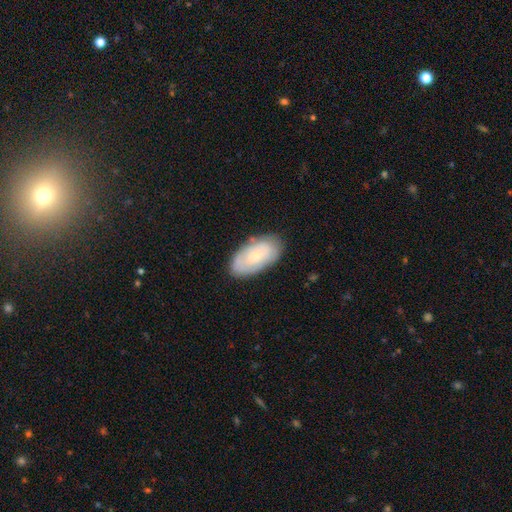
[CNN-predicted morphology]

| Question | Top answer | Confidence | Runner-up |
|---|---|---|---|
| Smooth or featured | smooth | 50% | featured or disk (43%) |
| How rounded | in between | 94% | round (4%) |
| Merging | none | 79% | minor disturbance (16%) |